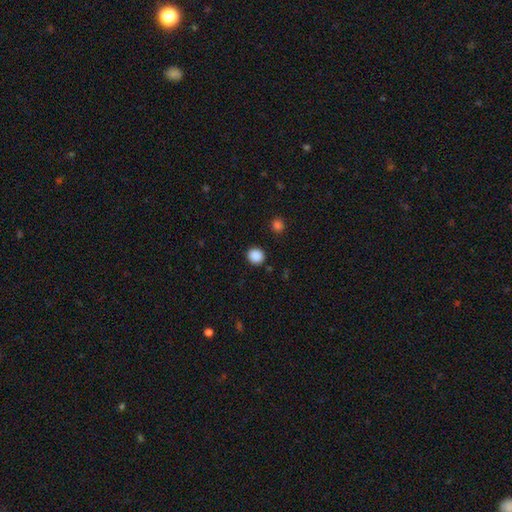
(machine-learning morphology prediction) This appears to be a smooth galaxy with no disk features (88%) that is round (87%). Merging: none (90%).